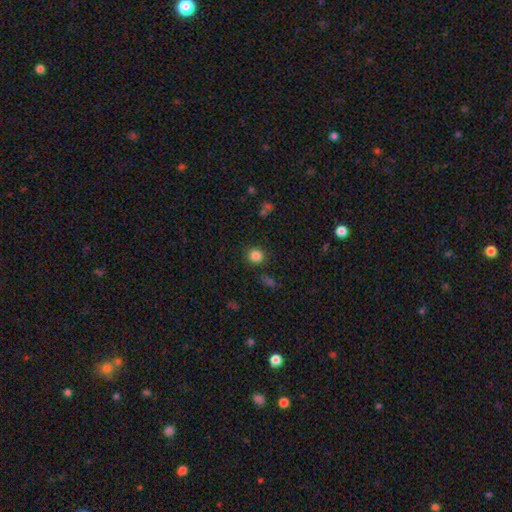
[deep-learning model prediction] Overall: smooth (84%). How rounded: round (90%). Merging: none (87%).